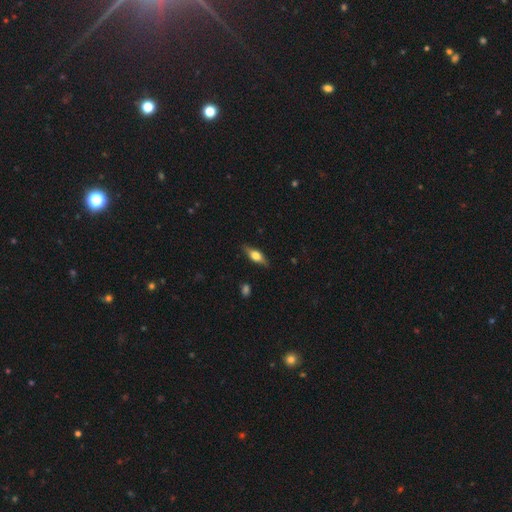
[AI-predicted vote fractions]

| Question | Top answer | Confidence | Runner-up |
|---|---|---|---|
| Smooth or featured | featured or disk | 53% | smooth (40%) |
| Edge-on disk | yes | 92% | no (8%) |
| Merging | none | 85% | minor disturbance (12%) |